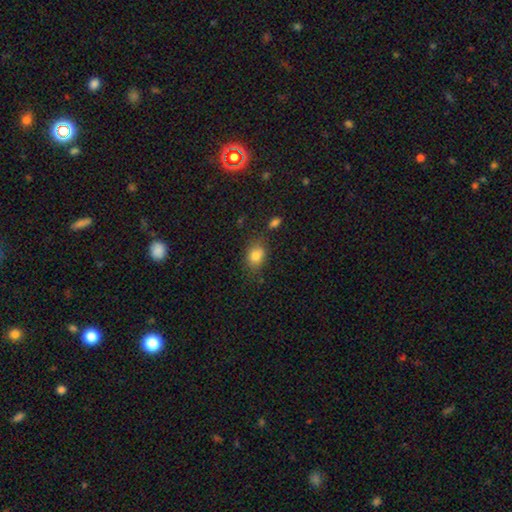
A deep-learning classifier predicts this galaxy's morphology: smooth_or_featured: smooth (p=0.80) [alt: star or artifact p=0.11]
how_rounded: in between (p=0.66) [alt: round p=0.32]
merging: none (p=0.68) [alt: minor disturbance p=0.20]